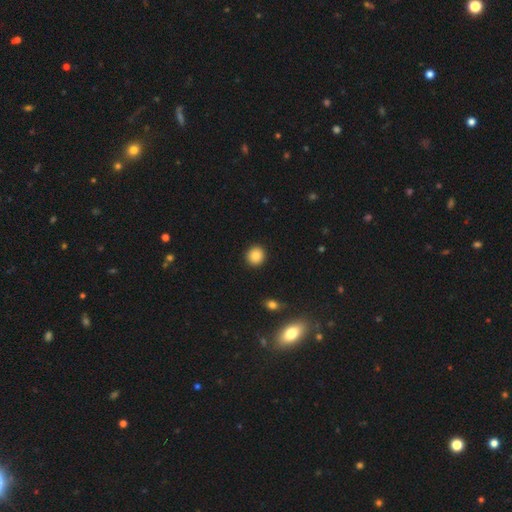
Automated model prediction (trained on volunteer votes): Smooth or featured: smooth — 85% (star or artifact — 9%)
How rounded: round — 91% (in between — 8%)
Merging: none — 92% (minor disturbance — 5%)